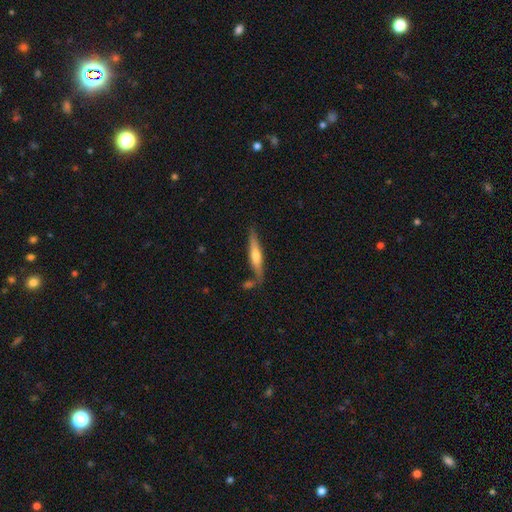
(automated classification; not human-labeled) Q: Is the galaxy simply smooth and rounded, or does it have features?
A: featured or disk — 54%.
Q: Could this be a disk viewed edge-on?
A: yes — 93%.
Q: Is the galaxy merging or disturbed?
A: none — 69%.